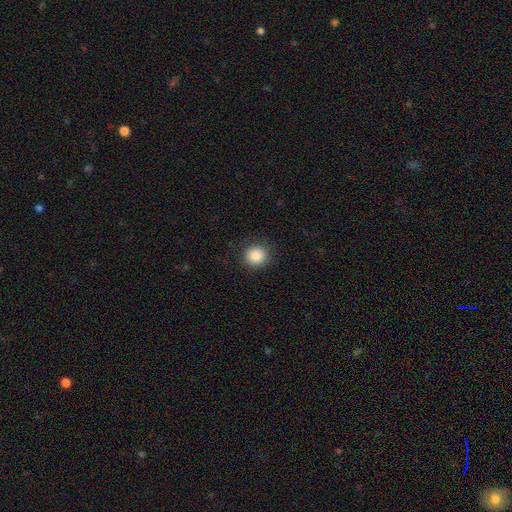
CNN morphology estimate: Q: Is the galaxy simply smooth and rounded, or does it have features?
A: smooth — 87%.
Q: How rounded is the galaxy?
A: round — 89%.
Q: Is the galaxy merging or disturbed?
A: none — 90%.